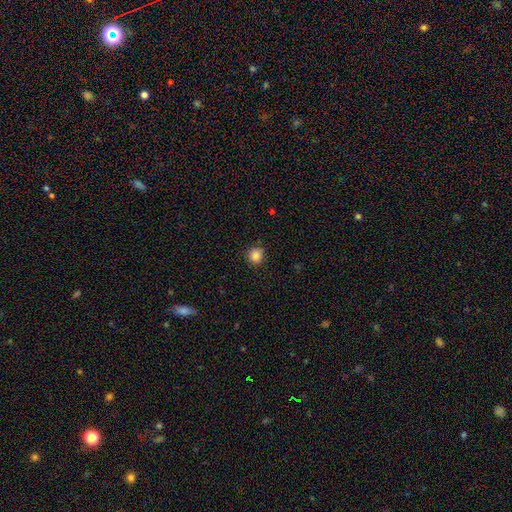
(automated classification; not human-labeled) Smooth or featured?
  - smooth: 85% *
  - star or artifact: 11%
  - featured or disk: 4%
How rounded?
  - round: 91% *
  - in between: 9%
  - cigar-shaped: 1%
Merging?
  - none: 90% *
  - minor disturbance: 7%
  - major disturbance: 2%
  - merger: 1%